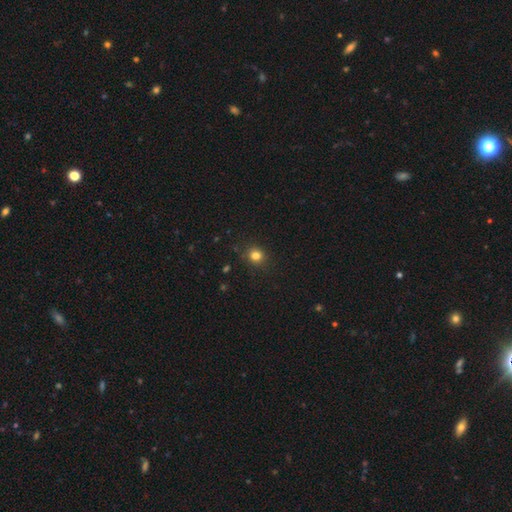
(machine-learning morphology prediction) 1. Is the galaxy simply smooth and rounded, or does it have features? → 80% smooth, 14% star or artifact, 5% featured or disk.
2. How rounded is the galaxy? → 83% round, 16% in between, 1% cigar-shaped.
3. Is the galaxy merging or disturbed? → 88% none, 9% minor disturbance, 2% major disturbance, 1% merger.